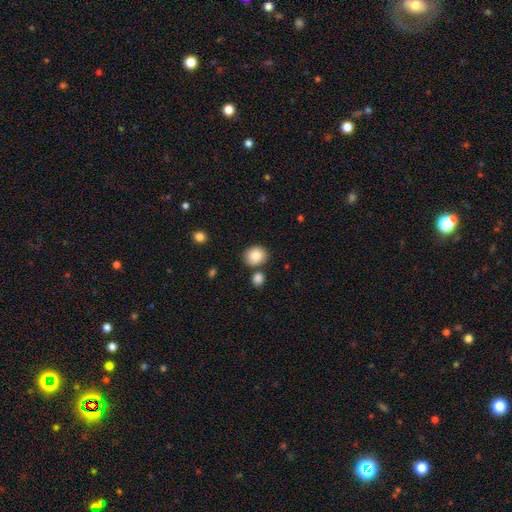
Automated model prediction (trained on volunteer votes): A smooth galaxy with no disk features (85%) that is round (69%). Merging: none (74%).